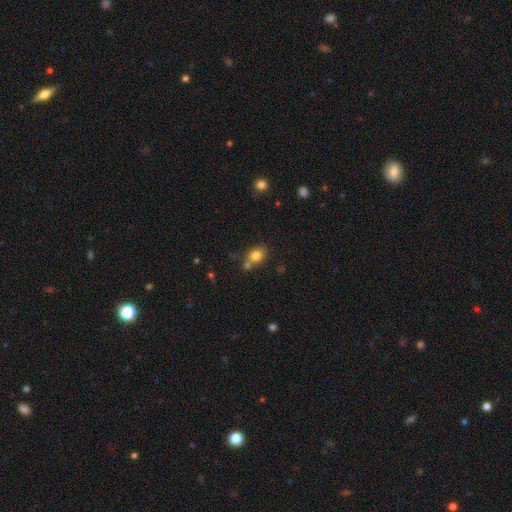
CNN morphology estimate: type=smooth (80%); roundness=round (54%); merging=none (56%).